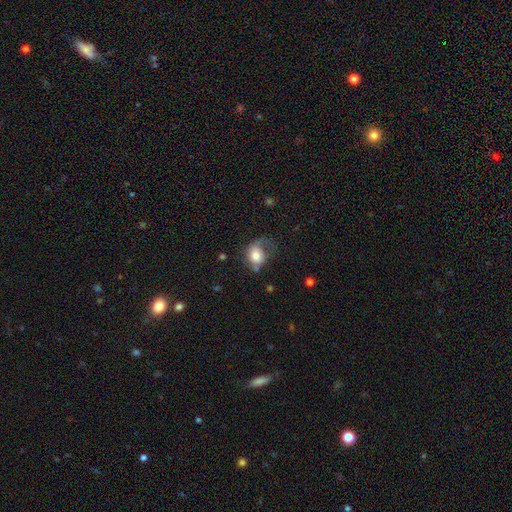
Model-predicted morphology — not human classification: A smooth galaxy with no disk features (67%) that is in between round and cigar-shaped (50%). Merging: major disturbance (36%).